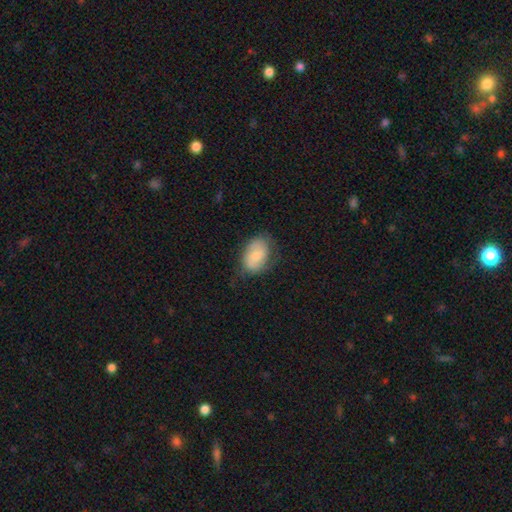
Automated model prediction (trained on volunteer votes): The model was most divided on "merging": none: 62%, minor disturbance: 27%, major disturbance: 9%, merger: 1%. More confident: how rounded — in between (81%); smooth or featured — smooth (66%).